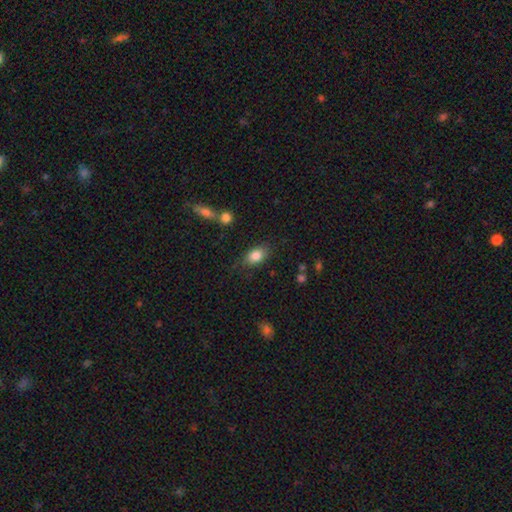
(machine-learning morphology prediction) Smooth or featured? smooth (83%)
How rounded? in between (85%)
Merging? none (79%)